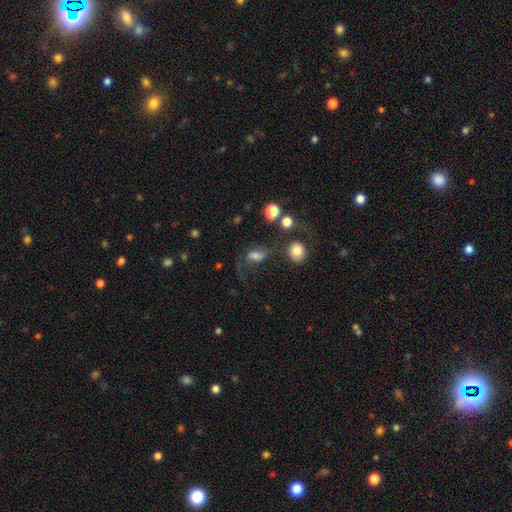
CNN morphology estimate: This appears to be a smooth galaxy with no disk features (63%) that is in between round and cigar-shaped (72%). Merging: none (36%).